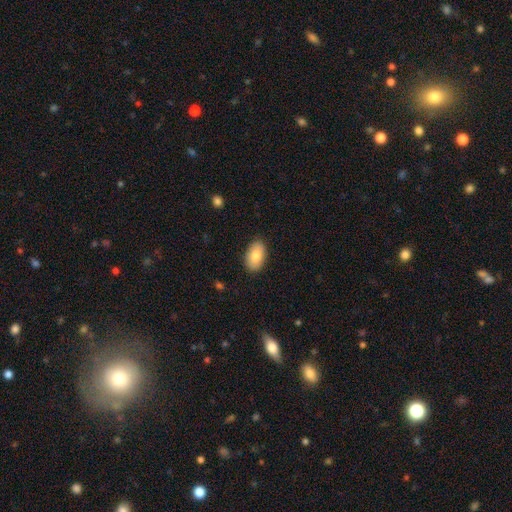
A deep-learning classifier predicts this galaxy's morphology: Smooth or featured? smooth (83%)
How rounded? in between (93%)
Merging? none (87%)